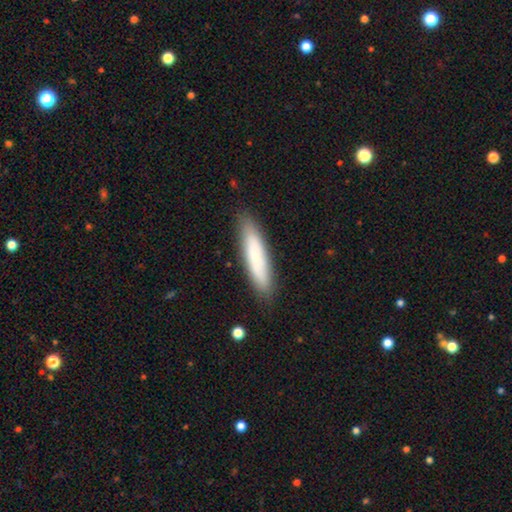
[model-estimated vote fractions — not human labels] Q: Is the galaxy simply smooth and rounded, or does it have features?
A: smooth — 76%.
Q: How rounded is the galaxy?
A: cigar-shaped — 86%.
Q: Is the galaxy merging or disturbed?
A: none — 88%.